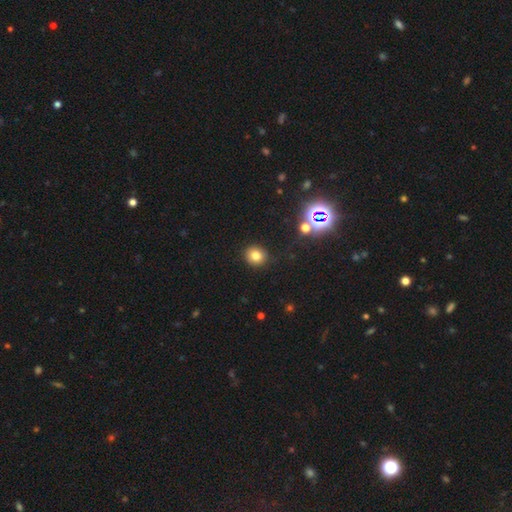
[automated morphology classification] smooth-or-featured: smooth: 77% | star or artifact: 15% | featured or disk: 7%
  how-rounded: round: 82% | in between: 17% | cigar-shaped: 1%
  merging: none: 89% | minor disturbance: 7% | major disturbance: 2% | merger: 2%